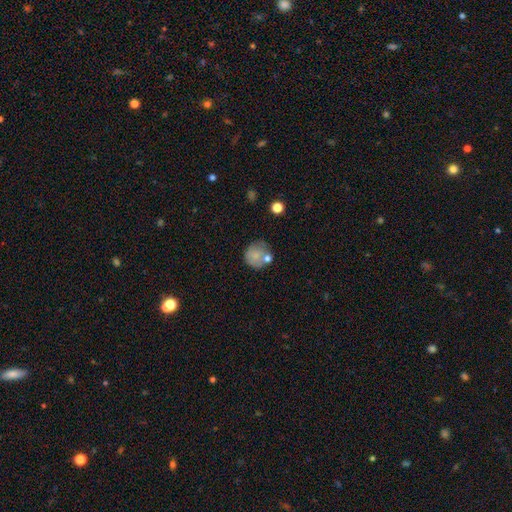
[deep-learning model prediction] smooth 74%, featured or disk 17%, star or artifact 9%. Down the decision tree: how rounded — round (88%); merging — none (56%).